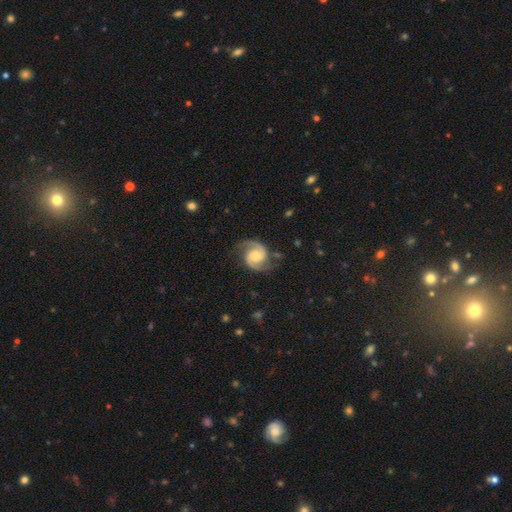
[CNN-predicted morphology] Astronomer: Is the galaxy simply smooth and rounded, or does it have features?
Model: featured or disk — 90%.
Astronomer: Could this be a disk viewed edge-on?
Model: no — 98%.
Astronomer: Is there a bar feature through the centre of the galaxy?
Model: no — 62%.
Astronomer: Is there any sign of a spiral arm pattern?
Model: yes — 98%.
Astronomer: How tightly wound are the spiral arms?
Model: medium — 56%.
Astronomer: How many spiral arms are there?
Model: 2 — 93%.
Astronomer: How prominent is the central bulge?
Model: moderate — 64%.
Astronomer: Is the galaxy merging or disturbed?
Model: none — 78%.